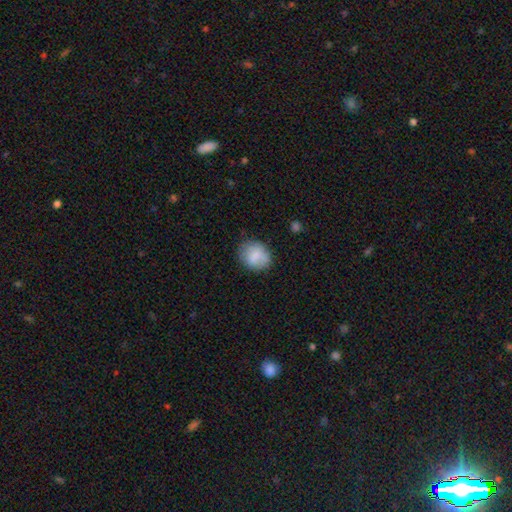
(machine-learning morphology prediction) A smooth galaxy with no disk features (79%) that is round (54%).

Vote fractions:
- Smooth or featured? smooth: 79% / featured or disk: 13% / star or artifact: 8%
- How rounded? round: 54% / in between: 45% / cigar-shaped: 1%
- Merging? none: 73% / minor disturbance: 20% / major disturbance: 6% / merger: 2%